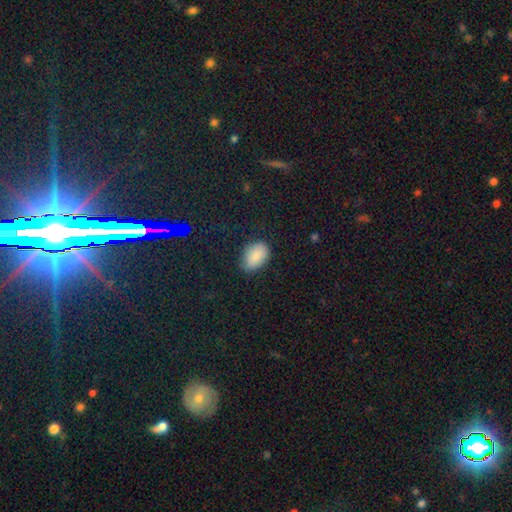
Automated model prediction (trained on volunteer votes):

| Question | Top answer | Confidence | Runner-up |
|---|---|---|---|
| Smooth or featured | smooth | 86% | star or artifact (8%) |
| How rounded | in between | 88% | round (11%) |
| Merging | none | 72% | minor disturbance (22%) |